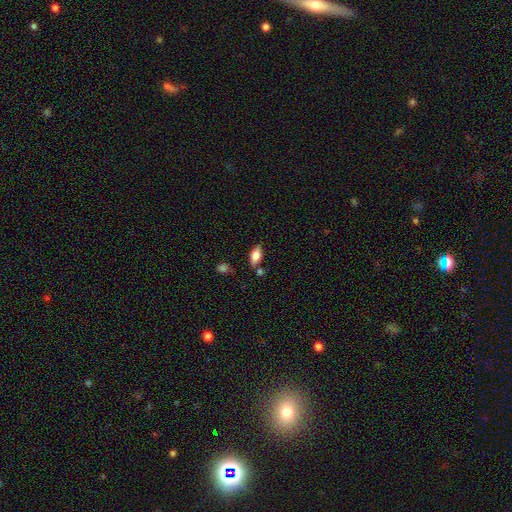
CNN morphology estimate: A smooth galaxy with no disk features (73%) that is in between round and cigar-shaped (86%). Merging: none (74%).